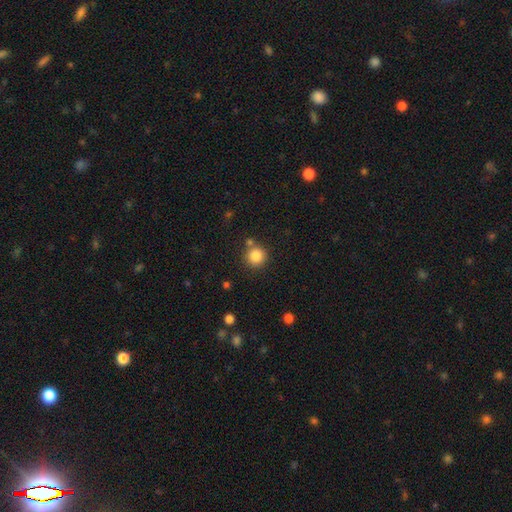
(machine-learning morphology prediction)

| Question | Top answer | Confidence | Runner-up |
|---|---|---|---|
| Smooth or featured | smooth | 84% | star or artifact (11%) |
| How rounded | round | 93% | in between (6%) |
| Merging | none | 77% | merger (11%) |